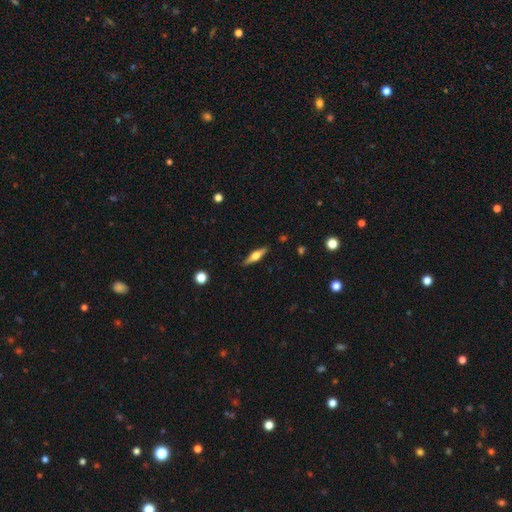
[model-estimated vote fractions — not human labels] Overall: featured or disk (58%; smooth 35%). Edge-on disk: yes (95%). Edge-on bulge: rounded (90%). Merging: none (86%).